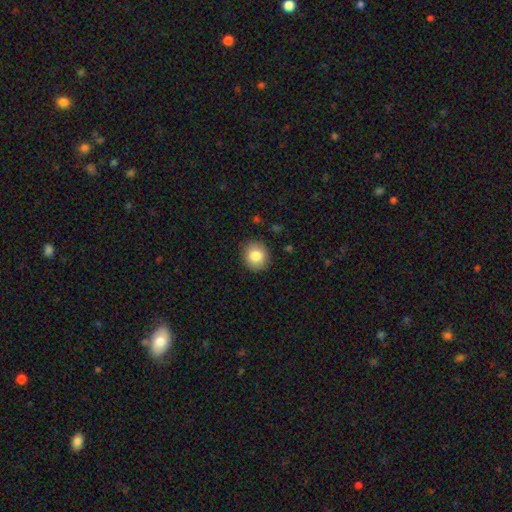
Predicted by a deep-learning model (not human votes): Smooth or featured? smooth (84%)
How rounded? round (84%)
Merging? none (90%)